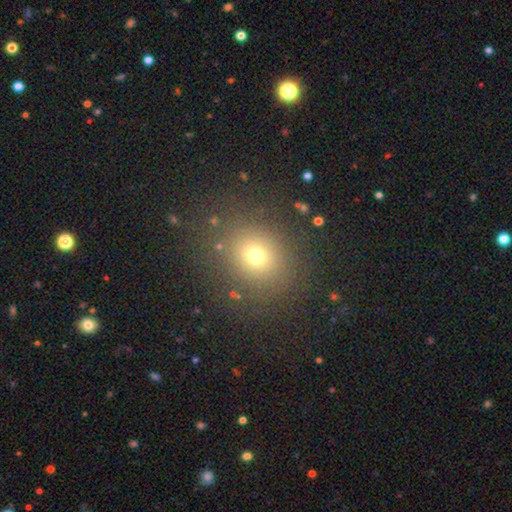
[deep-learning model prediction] This appears to be a smooth galaxy with no disk features (70%) that is round (77%). Merging: none (84%).